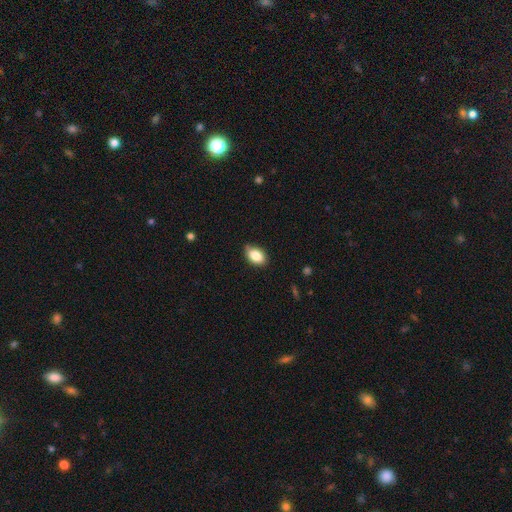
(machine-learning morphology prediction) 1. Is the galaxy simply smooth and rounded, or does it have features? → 85% smooth, 8% featured or disk, 7% star or artifact.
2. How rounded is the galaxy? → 89% in between, 9% round, 2% cigar-shaped.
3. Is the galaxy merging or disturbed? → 76% none, 20% minor disturbance, 3% major disturbance, 1% merger.